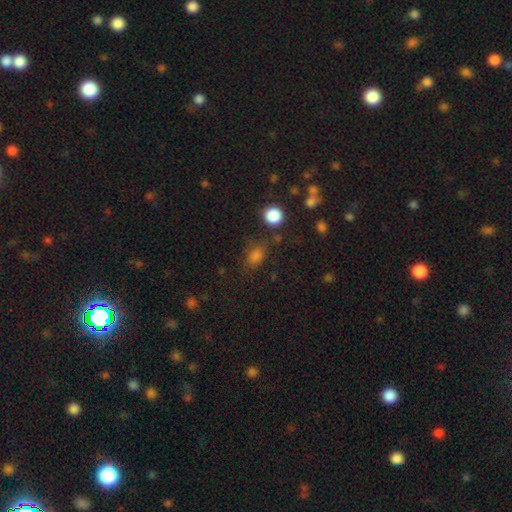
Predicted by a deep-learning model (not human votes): This appears to be a smooth galaxy with no disk features (76%) that is in between round and cigar-shaped (64%). Merging: none (70%).